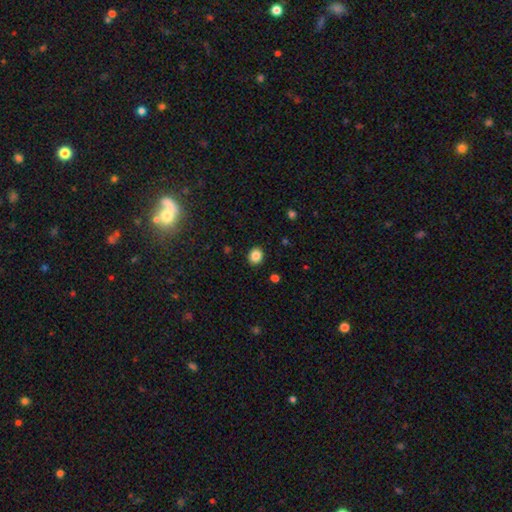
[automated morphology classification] The model was most divided on "how rounded": round: 71%, in between: 28%, cigar-shaped: 1%. More confident: merging — none (90%); smooth or featured — smooth (86%).